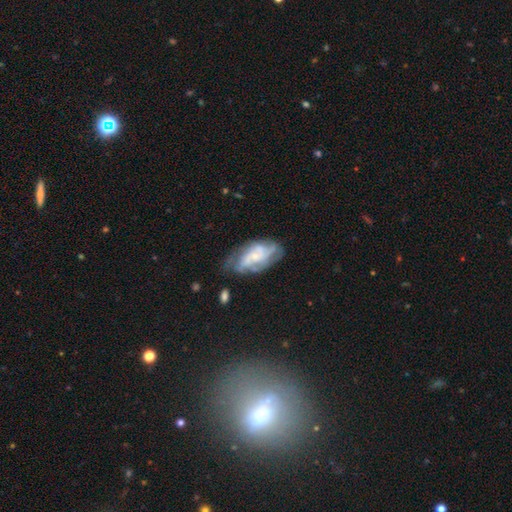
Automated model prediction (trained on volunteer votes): The model was most divided on "spiral winding": tight: 44%, medium: 39%, loose: 16%. Remaining: edge-on disk — no (95%); spiral arms — yes (87%); smooth or featured — featured or disk (74%); bar — no (69%); bulge size — small (66%); merging — none (58%); spiral arm count — can't tell (38%).